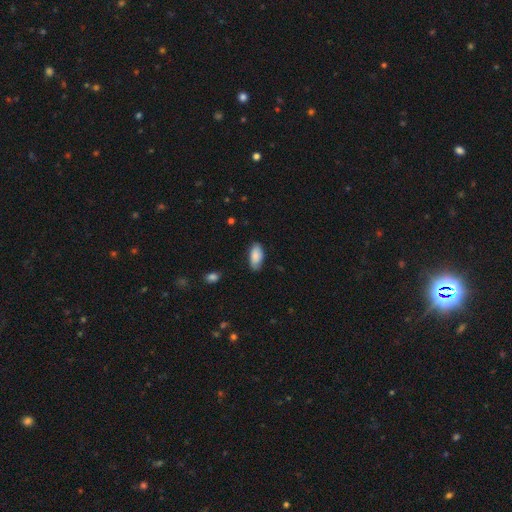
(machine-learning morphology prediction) Overall: smooth (85%). How rounded: in between (93%). Merging: none (79%).